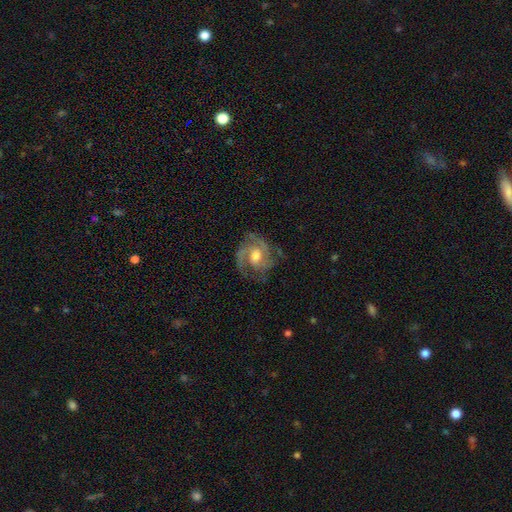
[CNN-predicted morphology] Smooth or featured?
  - featured or disk: 89% *
  - smooth: 7%
  - star or artifact: 5%
Edge-on disk?
  - no: 98% *
  - yes: 2%
Bar?
  - no: 52% *
  - weak: 39%
  - strong: 9%
Spiral arms?
  - yes: 97% *
  - no: 3%
Spiral winding?
  - medium: 46% *
  - tight: 45%
  - loose: 9%
Spiral arm count?
  - 2: 46% *
  - 3: 31%
  - can't tell: 10%
  - 1: 5%
  - 4: 5%
  - more than 4: 4%
Bulge size?
  - moderate: 68% *
  - large: 17%
  - small: 12%
  - none: 2%
  - dominant: 1%
Merging?
  - none: 71% *
  - minor disturbance: 18%
  - major disturbance: 9%
  - merger: 1%